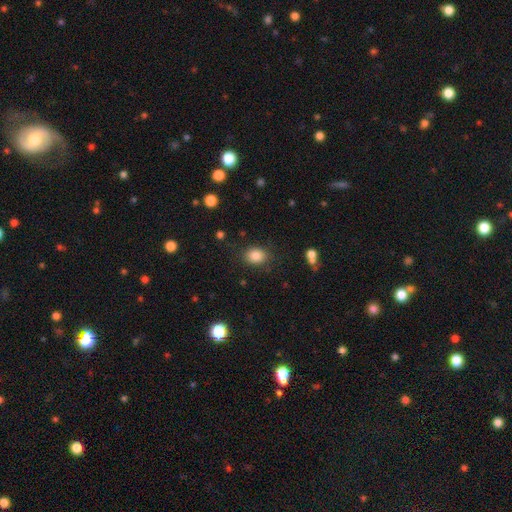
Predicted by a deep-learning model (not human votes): Q: Smooth or featured?
A: smooth (85%); runner-up: star or artifact (10%)
Q: How rounded?
A: in between (56%); runner-up: round (43%)
Q: Merging?
A: none (83%); runner-up: minor disturbance (11%)